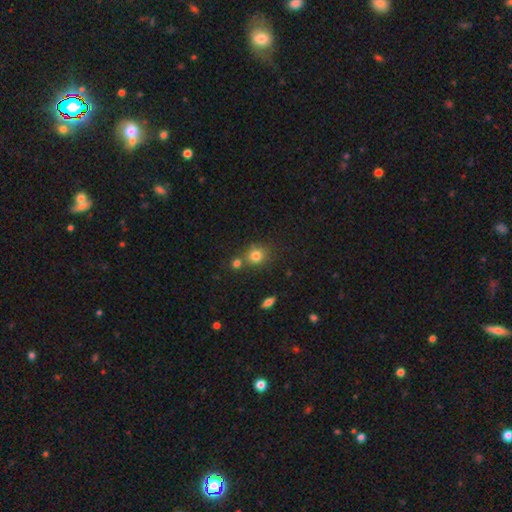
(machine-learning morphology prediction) A smooth galaxy with no disk features (79%) that is round (79%). Merging: none (64%).